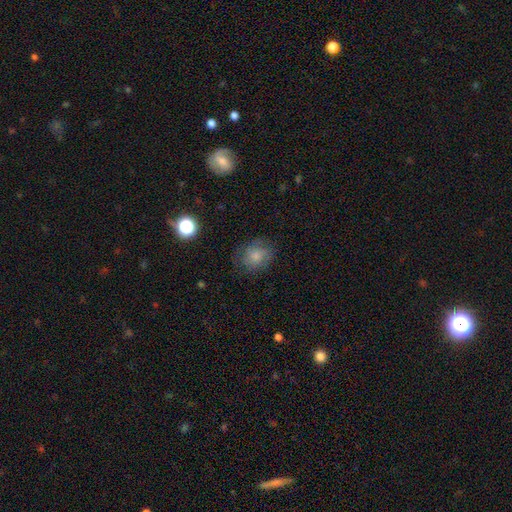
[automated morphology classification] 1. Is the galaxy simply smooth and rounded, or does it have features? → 75% smooth, 16% featured or disk, 10% star or artifact.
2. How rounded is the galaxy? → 54% round, 44% in between, 1% cigar-shaped.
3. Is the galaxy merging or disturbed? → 71% none, 20% minor disturbance, 8% major disturbance, 1% merger.